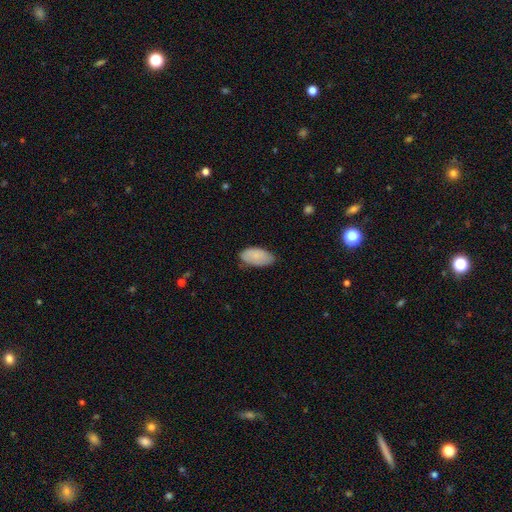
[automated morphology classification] Smooth or featured?
  - smooth: 83% *
  - featured or disk: 11%
  - star or artifact: 6%
How rounded?
  - in between: 95% *
  - cigar-shaped: 3%
  - round: 2%
Merging?
  - none: 71% *
  - minor disturbance: 24%
  - major disturbance: 3%
  - merger: 1%